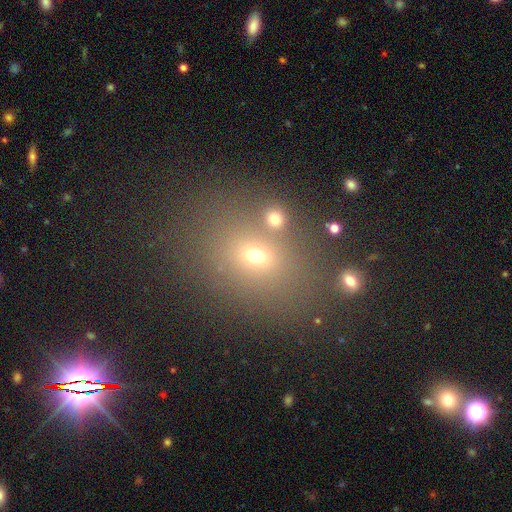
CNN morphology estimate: smooth_or_featured: smooth (p=0.62) [alt: star or artifact p=0.25]
how_rounded: in between (p=0.56) [alt: round p=0.42]
merging: none (p=0.71) [alt: minor disturbance p=0.12]